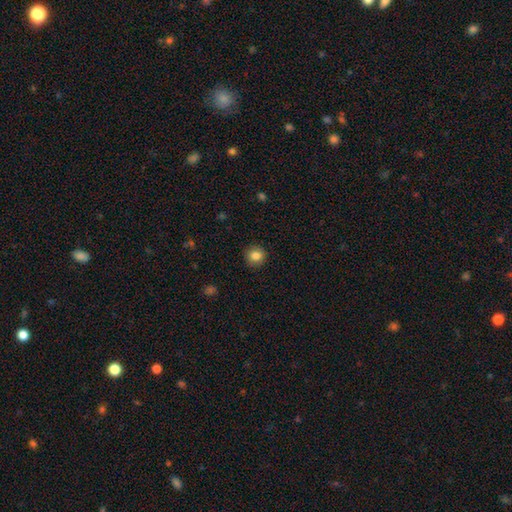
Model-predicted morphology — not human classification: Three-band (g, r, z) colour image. It shows a smooth galaxy with no disk features (84%) that is round (90%). Merging: none (90%).